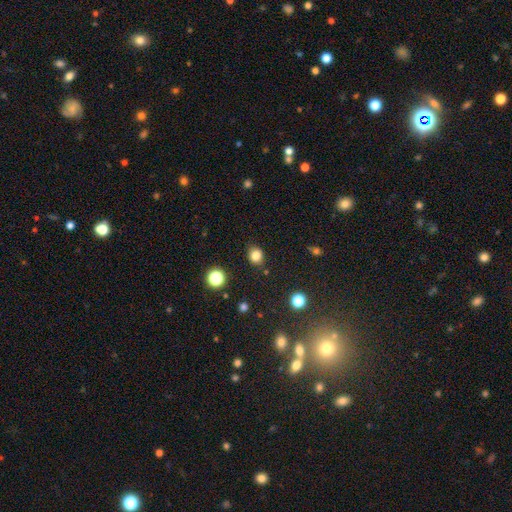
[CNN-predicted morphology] Smooth or featured? smooth (83%)
How rounded? round (73%)
Merging? none (85%)